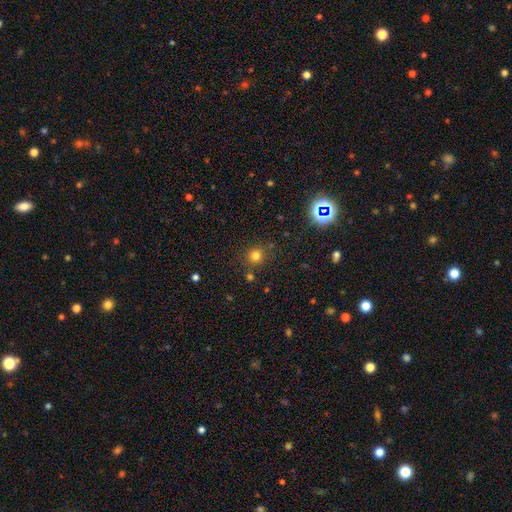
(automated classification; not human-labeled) A smooth galaxy with no disk features (75%) that is round (90%). Merging: none (81%).